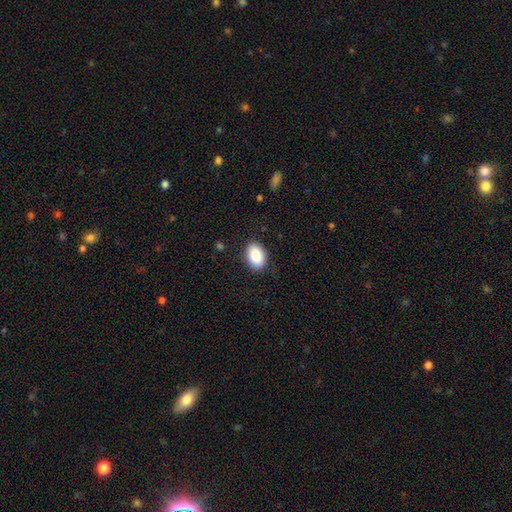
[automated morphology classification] This appears to be a smooth galaxy with no disk features (89%) that is in between round and cigar-shaped (89%). Merging: none (86%).